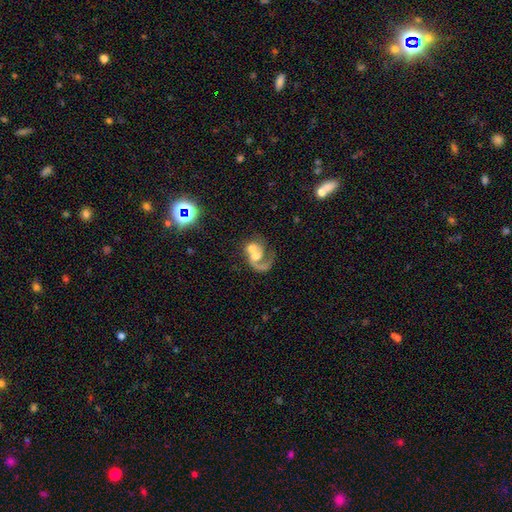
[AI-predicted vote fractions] Morphology: type=featured or disk (70%); edge-on=no (98%); bar=no (69%); spiral arms=yes (84%); winding=loose (50%); arm count=1 (81%); bulge=moderate (49%); merging=merger (60%).